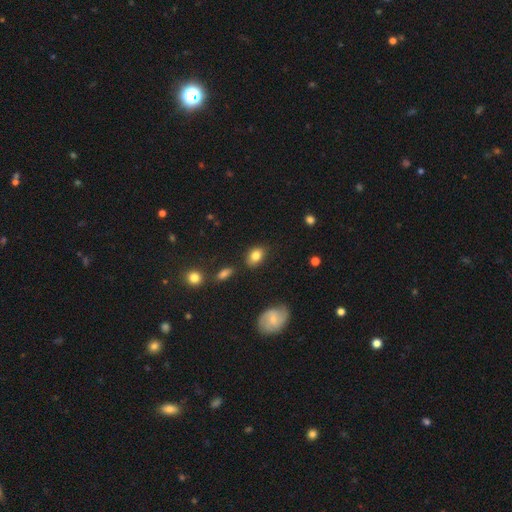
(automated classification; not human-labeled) smooth_or_featured: smooth (p=0.81) [alt: featured or disk p=0.11]
how_rounded: in between (p=0.79) [alt: round p=0.20]
merging: none (p=0.80) [alt: minor disturbance p=0.14]